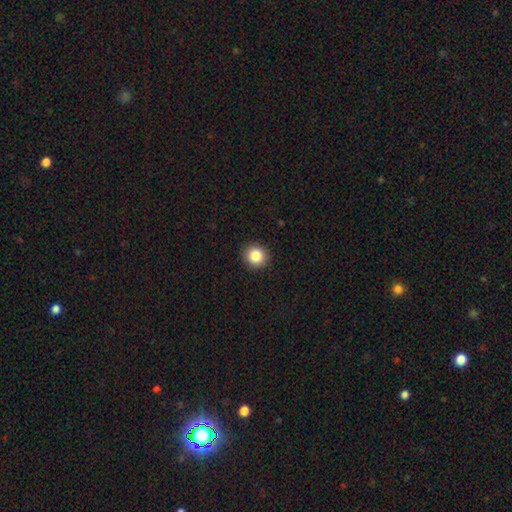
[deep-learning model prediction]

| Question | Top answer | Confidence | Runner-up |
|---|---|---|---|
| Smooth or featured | smooth | 85% | star or artifact (10%) |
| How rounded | round | 91% | in between (8%) |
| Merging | none | 92% | minor disturbance (5%) |